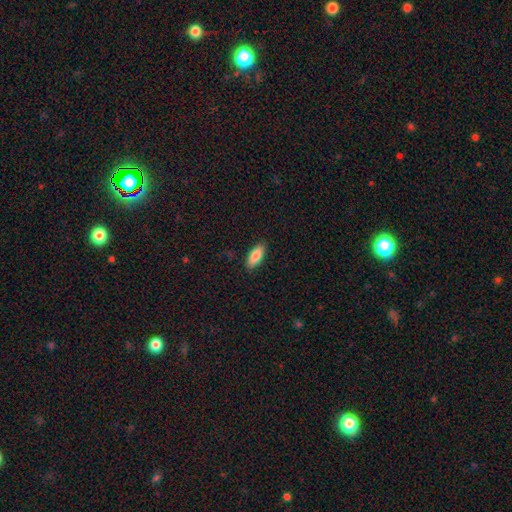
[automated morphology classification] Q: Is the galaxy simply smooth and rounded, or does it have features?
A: smooth — 84%.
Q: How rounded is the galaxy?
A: in between — 76%.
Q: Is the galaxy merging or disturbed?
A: none — 88%.